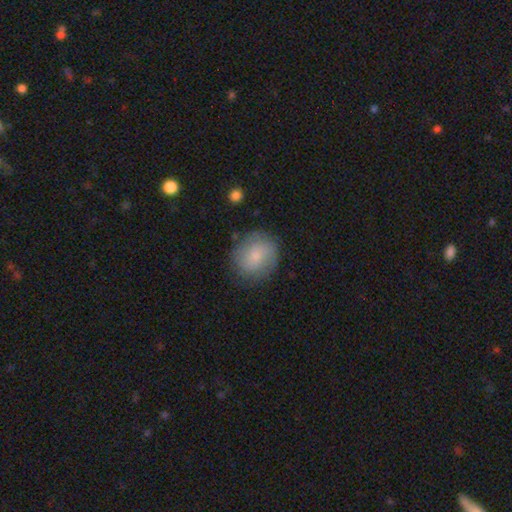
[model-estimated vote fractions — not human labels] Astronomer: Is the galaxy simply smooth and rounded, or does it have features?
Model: smooth — 73%.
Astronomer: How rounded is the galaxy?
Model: round — 81%.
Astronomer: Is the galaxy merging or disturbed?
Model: none — 79%.